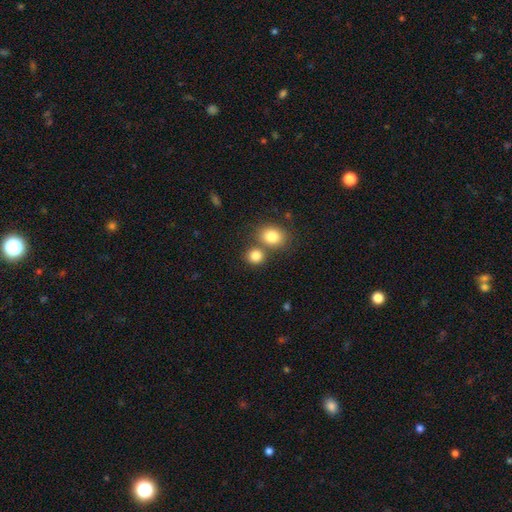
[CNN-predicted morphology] A smooth galaxy with no disk features (84%) that is round (78%).

Vote fractions:
- Smooth or featured? smooth: 84% / star or artifact: 10% / featured or disk: 6%
- How rounded? round: 78% / in between: 21% / cigar-shaped: 1%
- Merging? none: 59% / merger: 30% / minor disturbance: 8% / major disturbance: 3%